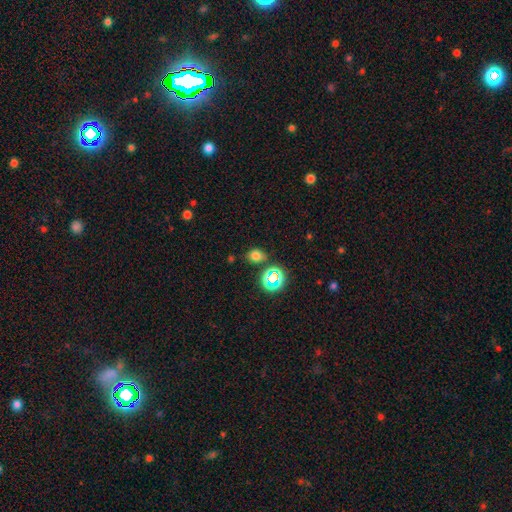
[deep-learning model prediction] smooth-or-featured: smooth: 69% | star or artifact: 24% | featured or disk: 7%
  how-rounded: in between: 51% | round: 48% | cigar-shaped: 1%
  merging: none: 78% | minor disturbance: 13% | merger: 6% | major disturbance: 4%